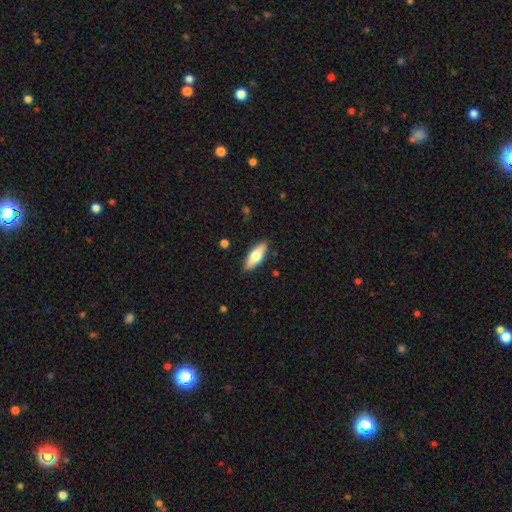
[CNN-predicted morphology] type=smooth (61%); roundness=in between (56%); merging=none (88%).